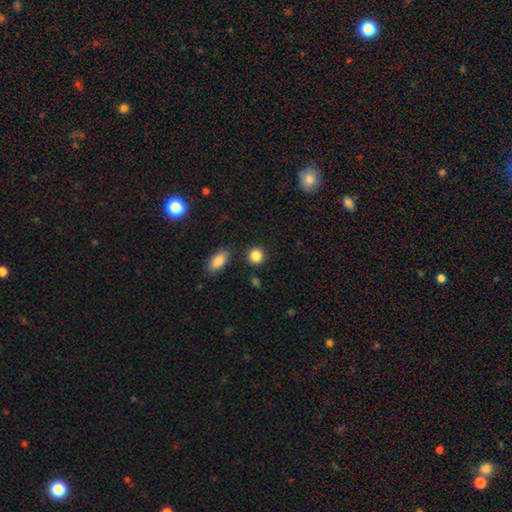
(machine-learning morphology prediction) This appears to be a smooth galaxy with no disk features (87%) that is round (87%). Merging: none (87%).